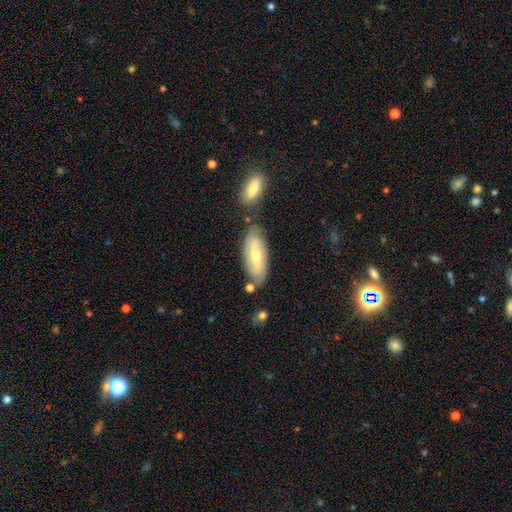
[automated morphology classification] The model was most divided on "smooth or featured": featured or disk: 50%, smooth: 43%, star or artifact: 7%. More confident: merging — none (69%).